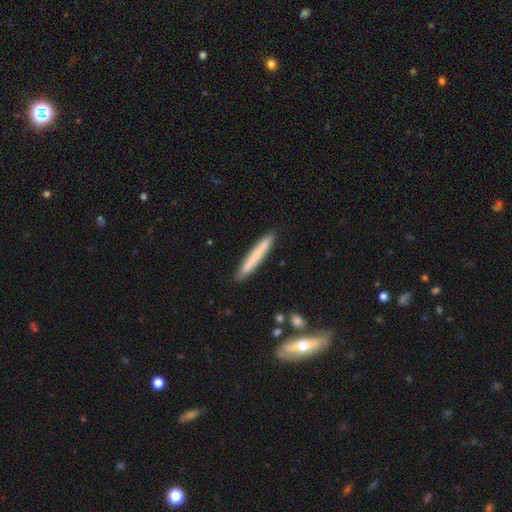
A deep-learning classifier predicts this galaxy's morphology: Smooth or featured? smooth (72%)
How rounded? cigar-shaped (96%)
Merging? none (90%)